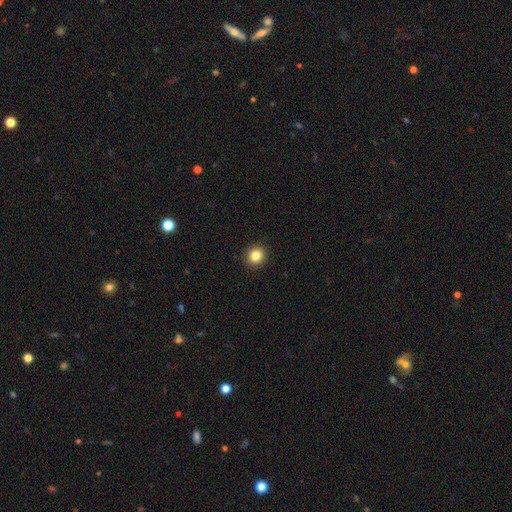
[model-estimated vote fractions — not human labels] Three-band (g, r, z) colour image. It shows a smooth galaxy with no disk features (84%) that is round (87%). Merging: none (92%).